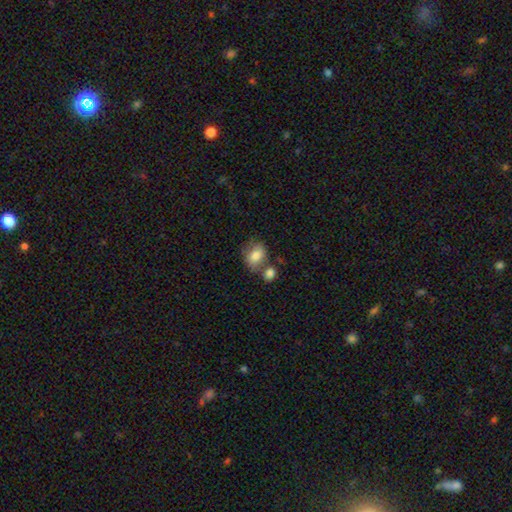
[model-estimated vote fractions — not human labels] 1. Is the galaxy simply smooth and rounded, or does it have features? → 78% smooth, 14% featured or disk, 8% star or artifact.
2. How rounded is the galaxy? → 65% in between, 34% round, 1% cigar-shaped.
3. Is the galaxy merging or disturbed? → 50% none, 30% merger, 15% minor disturbance, 5% major disturbance.